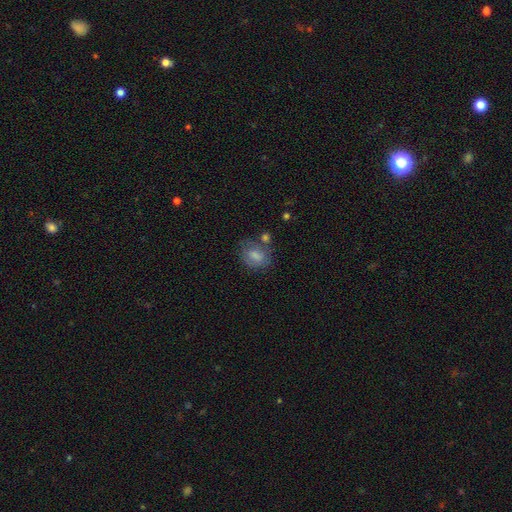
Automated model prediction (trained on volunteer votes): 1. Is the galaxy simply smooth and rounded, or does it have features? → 71% smooth, 20% featured or disk, 9% star or artifact.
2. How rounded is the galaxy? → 58% in between, 41% round, 1% cigar-shaped.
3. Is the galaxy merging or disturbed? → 54% none, 23% minor disturbance, 12% merger, 11% major disturbance.